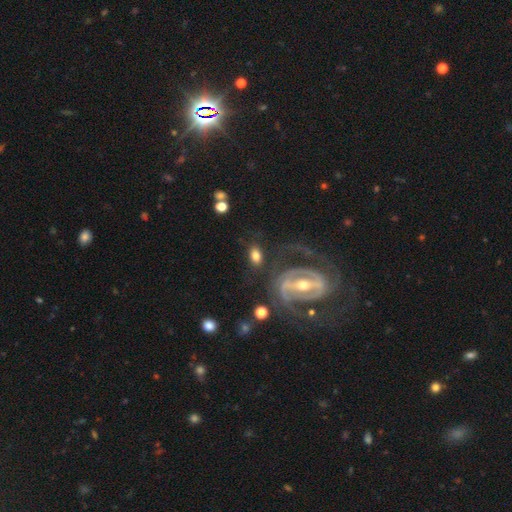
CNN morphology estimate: Smooth or featured? smooth (51%)
How rounded? in between (81%)
Merging? none (70%)